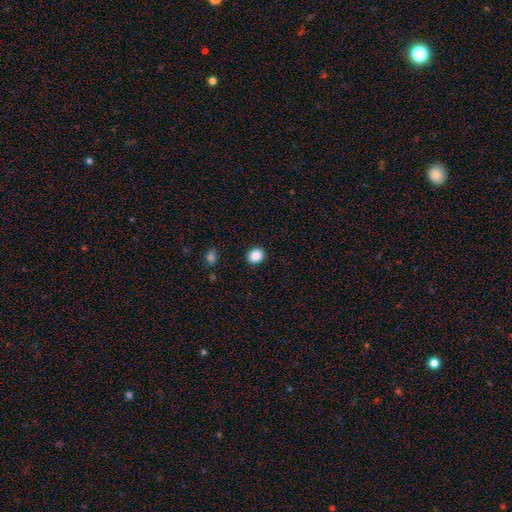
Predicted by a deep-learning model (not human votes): Smooth or featured? smooth (88%)
How rounded? round (65%)
Merging? none (90%)